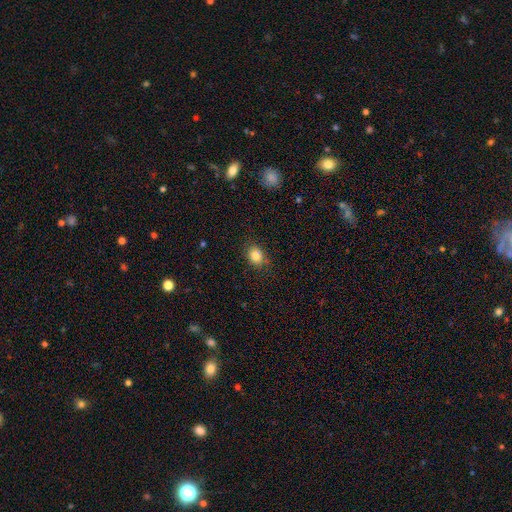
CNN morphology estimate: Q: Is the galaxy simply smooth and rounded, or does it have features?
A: smooth — 84%.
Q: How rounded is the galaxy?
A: round — 51%.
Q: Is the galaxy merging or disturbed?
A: none — 80%.